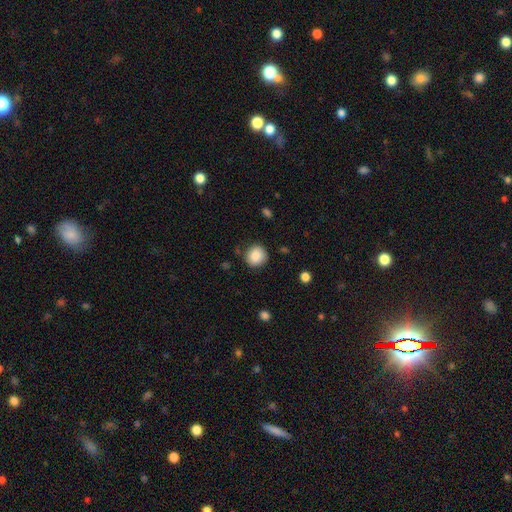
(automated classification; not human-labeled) Morphology: type=smooth (87%); roundness=round (86%); merging=none (83%).